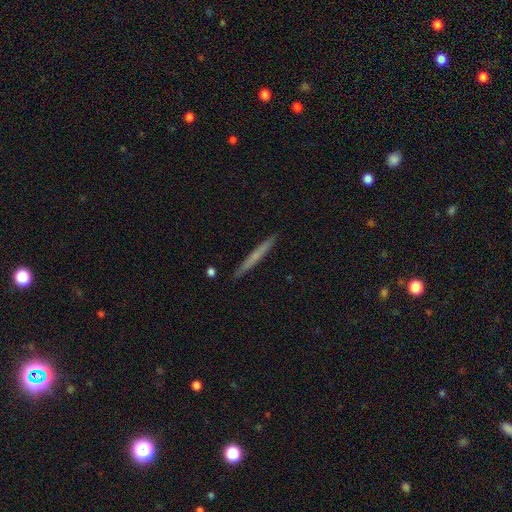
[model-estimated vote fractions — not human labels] Smooth or featured? smooth (50%)
Merging? none (91%)